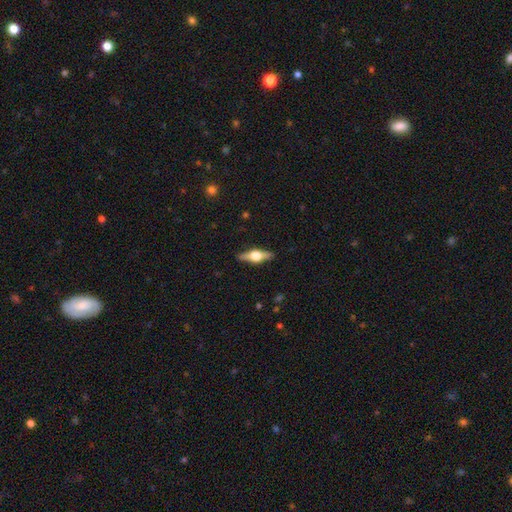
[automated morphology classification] Smooth or featured? featured or disk (70%)
Edge-on disk? yes (96%)
Edge-on bulge? rounded (95%)
Merging? none (89%)